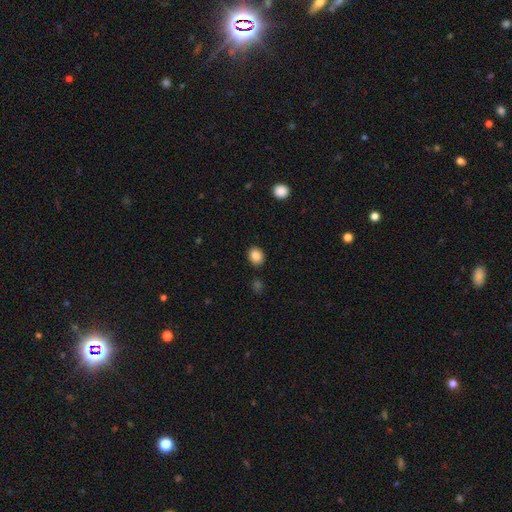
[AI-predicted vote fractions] Smooth or featured? Predicted: smooth (p=0.85). How rounded? Predicted: round (p=0.58). Merging? Predicted: none (p=0.88).